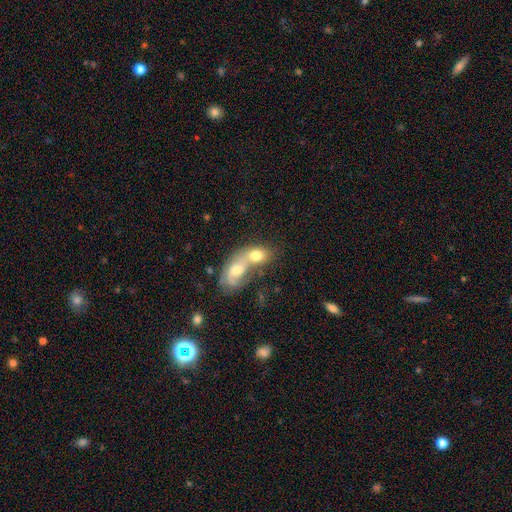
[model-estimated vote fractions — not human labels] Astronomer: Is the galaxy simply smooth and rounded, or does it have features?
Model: smooth — 65%.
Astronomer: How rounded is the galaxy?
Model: in between — 77%.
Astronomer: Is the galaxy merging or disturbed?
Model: merger — 74%.